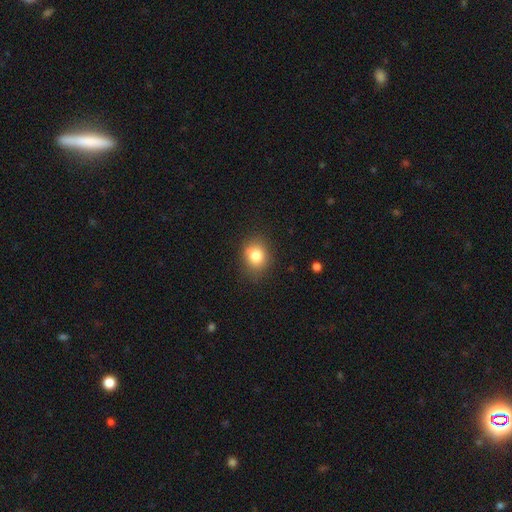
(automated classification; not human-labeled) A smooth galaxy with no disk features (81%) that is round (64%).

Vote fractions:
- Smooth or featured? smooth: 81% / star or artifact: 11% / featured or disk: 8%
- How rounded? round: 64% / in between: 35% / cigar-shaped: 1%
- Merging? none: 83% / minor disturbance: 13% / major disturbance: 3% / merger: 1%